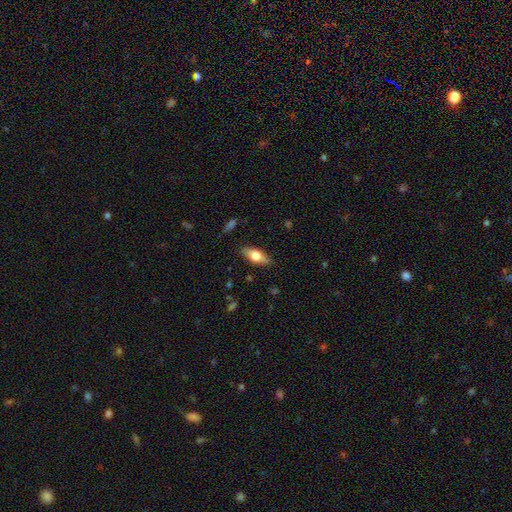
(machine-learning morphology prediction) Smooth or featured?
  - smooth: 62% *
  - featured or disk: 32%
  - star or artifact: 7%
How rounded?
  - in between: 73% *
  - cigar-shaped: 23%
  - round: 3%
Merging?
  - none: 84% *
  - minor disturbance: 12%
  - major disturbance: 2%
  - merger: 1%